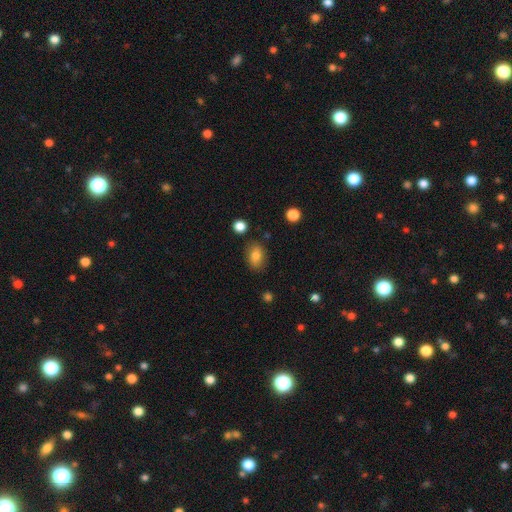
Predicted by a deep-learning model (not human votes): Smooth or featured: smooth — 82% (star or artifact — 9%)
How rounded: in between — 76% (round — 23%)
Merging: none — 82% (minor disturbance — 12%)